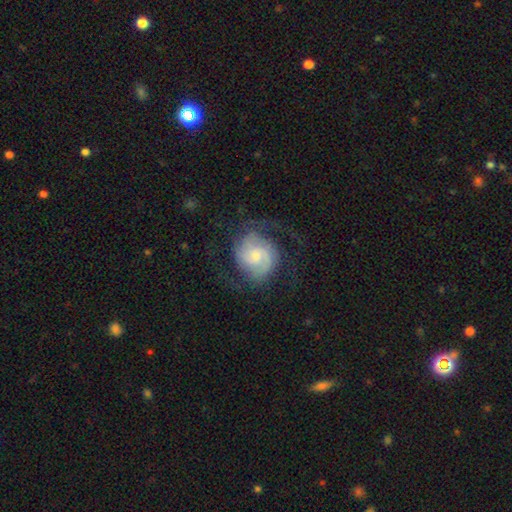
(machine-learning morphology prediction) type=featured or disk (76%); edge-on=no (98%); bar=no (57%); spiral arms=yes (95%); winding=medium (44%); arm count=2 (74%); bulge=small (55%); merging=none (65%).